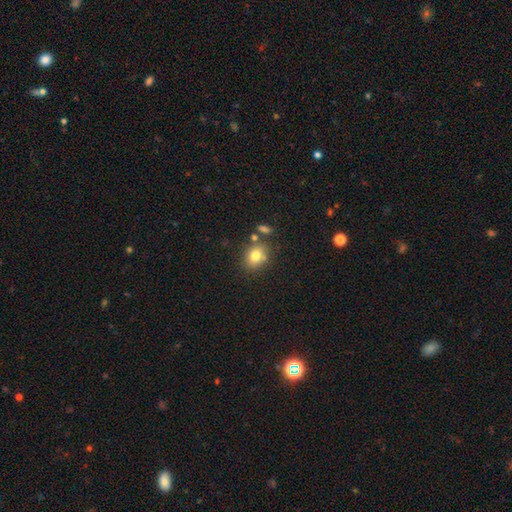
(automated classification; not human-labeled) Smooth or featured? smooth (77%)
How rounded? round (52%)
Merging? none (69%)